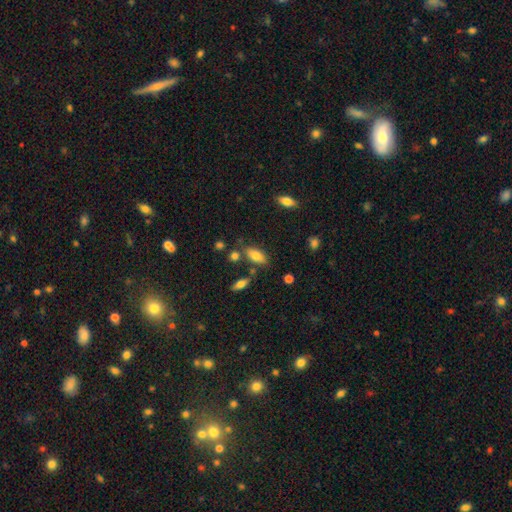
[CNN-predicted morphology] type=smooth (79%); roundness=in between (86%); merging=none (73%).